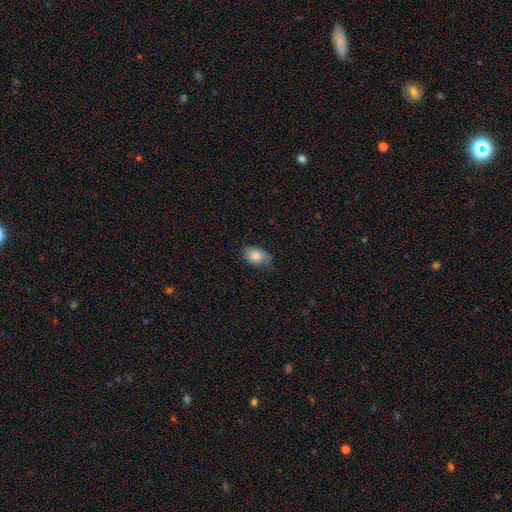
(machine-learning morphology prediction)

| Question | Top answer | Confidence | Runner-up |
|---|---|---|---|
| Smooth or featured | smooth | 84% | featured or disk (8%) |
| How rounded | in between | 79% | round (20%) |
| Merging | none | 66% | minor disturbance (27%) |